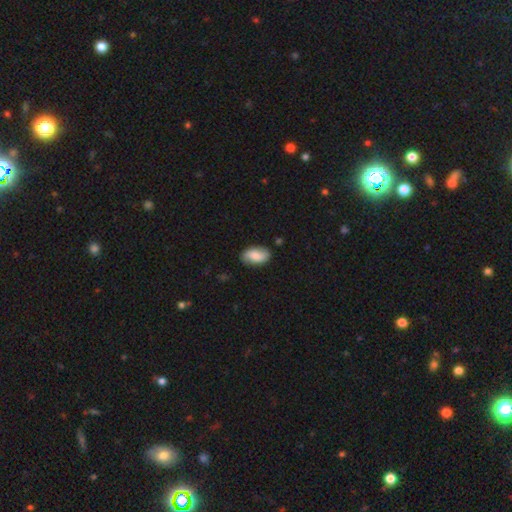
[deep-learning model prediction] smooth 73%, featured or disk 21%, star or artifact 7%. Down the decision tree: how rounded — in between (93%); merging — none (82%).